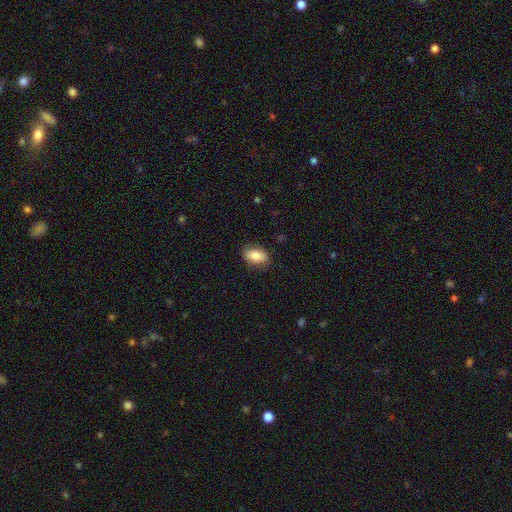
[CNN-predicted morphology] type=smooth (82%); roundness=in between (88%); merging=none (82%).